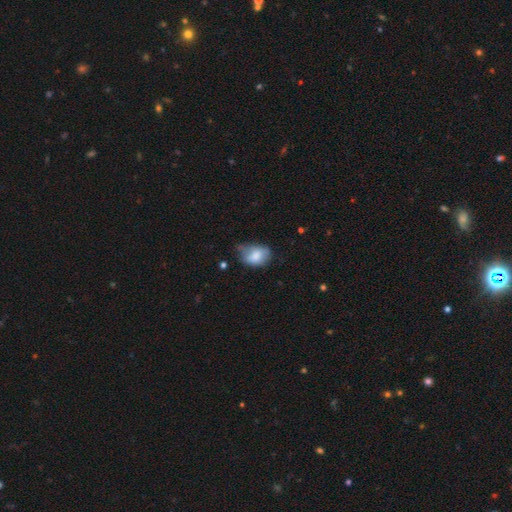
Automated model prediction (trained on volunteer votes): Smooth or featured?
  - smooth: 76% *
  - featured or disk: 16%
  - star or artifact: 8%
How rounded?
  - in between: 74% *
  - round: 25%
  - cigar-shaped: 1%
Merging?
  - minor disturbance: 43% *
  - none: 39%
  - major disturbance: 15%
  - merger: 3%